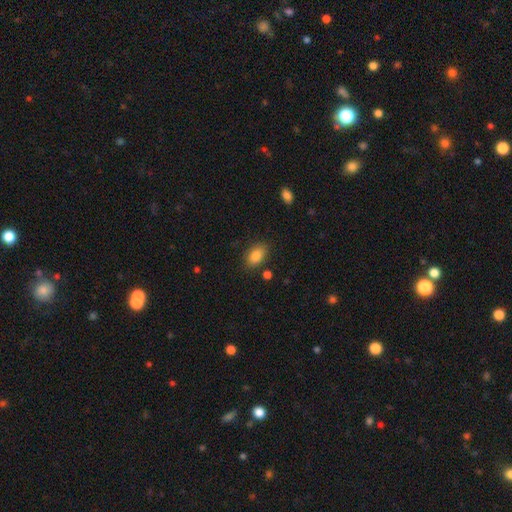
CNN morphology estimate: A smooth galaxy with no disk features (85%) that is in between round and cigar-shaped (86%).

Vote fractions:
- Smooth or featured? smooth: 85% / star or artifact: 8% / featured or disk: 6%
- How rounded? in between: 86% / round: 12% / cigar-shaped: 2%
- Merging? none: 81% / minor disturbance: 13% / major disturbance: 3% / merger: 3%